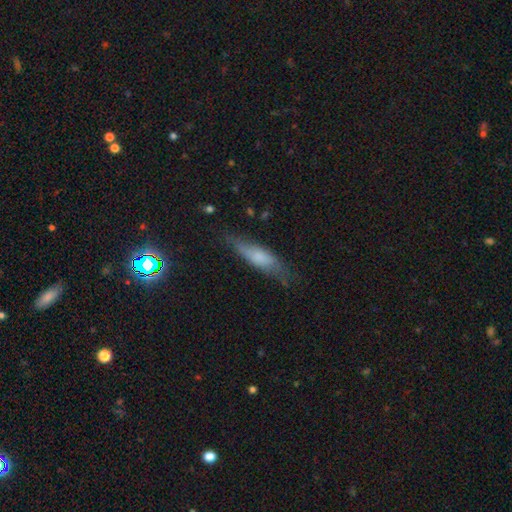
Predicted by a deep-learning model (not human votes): Smooth or featured?
  - smooth: 58% *
  - featured or disk: 33%
  - star or artifact: 9%
How rounded?
  - cigar-shaped: 68% *
  - in between: 30%
  - round: 2%
Merging?
  - none: 70% *
  - minor disturbance: 22%
  - major disturbance: 6%
  - merger: 2%